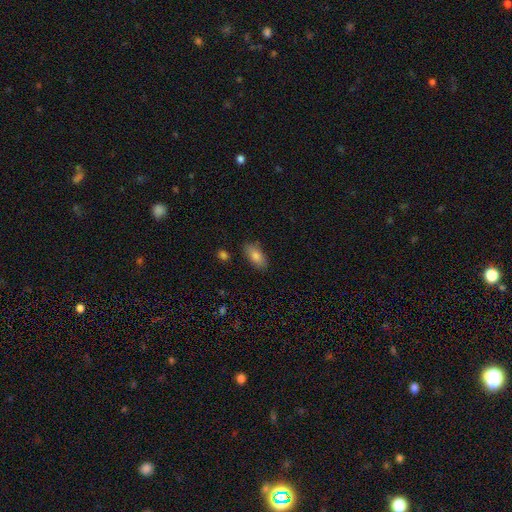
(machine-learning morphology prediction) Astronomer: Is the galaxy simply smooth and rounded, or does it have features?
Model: smooth — 83%.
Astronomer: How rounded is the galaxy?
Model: in between — 89%.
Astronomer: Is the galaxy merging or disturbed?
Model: none — 84%.